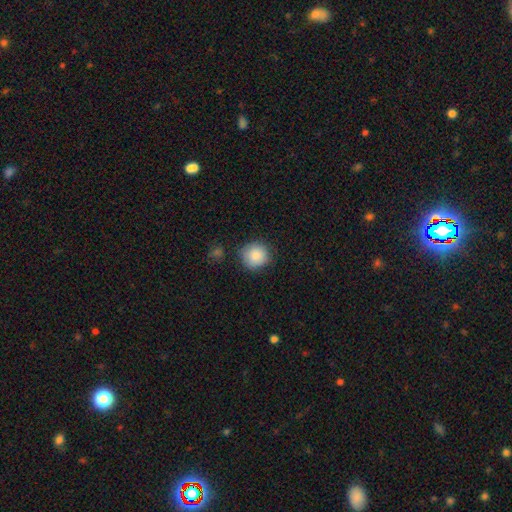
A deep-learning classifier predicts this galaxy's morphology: Smooth or featured: smooth — 85% (star or artifact — 8%)
How rounded: round — 91% (in between — 8%)
Merging: none — 81% (minor disturbance — 13%)